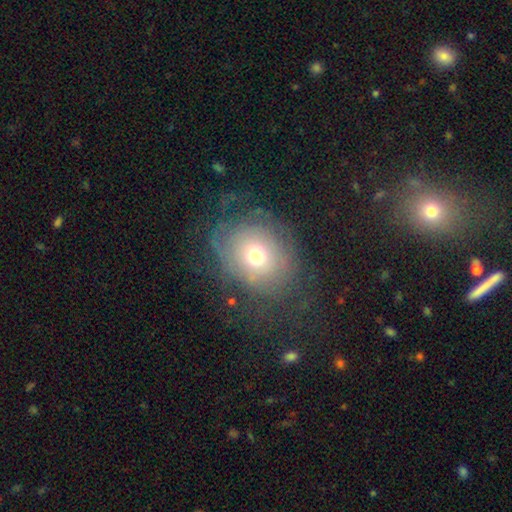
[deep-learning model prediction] Overall: smooth (53%; featured or disk 33%). How rounded: round (64%; in between 35%). Merging: none (60%).